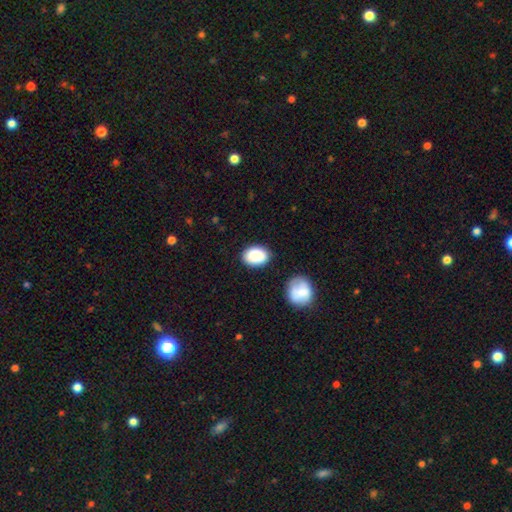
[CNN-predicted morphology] smooth 89%, star or artifact 7%, featured or disk 4%. Down the decision tree: how rounded — in between (77%); merging — none (81%).